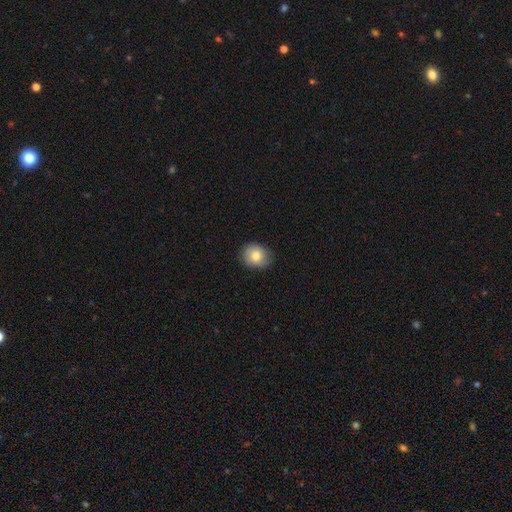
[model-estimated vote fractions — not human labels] This appears to be a smooth galaxy with no disk features (78%) that is round (61%). Merging: none (81%).